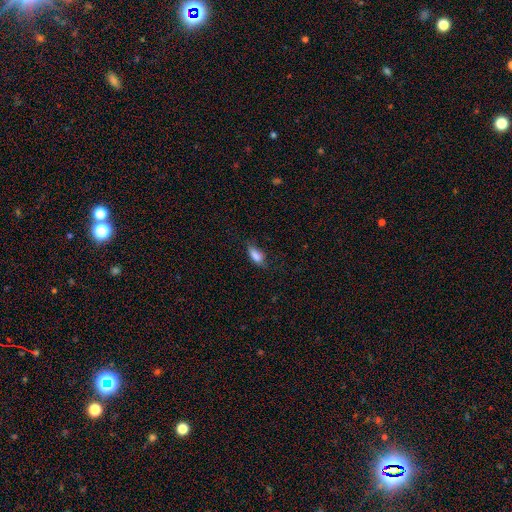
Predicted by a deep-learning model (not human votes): Smooth or featured?
  - smooth: 83% *
  - featured or disk: 9%
  - star or artifact: 8%
How rounded?
  - in between: 79% *
  - cigar-shaped: 18%
  - round: 3%
Merging?
  - none: 70% *
  - minor disturbance: 23%
  - major disturbance: 7%
  - merger: 1%